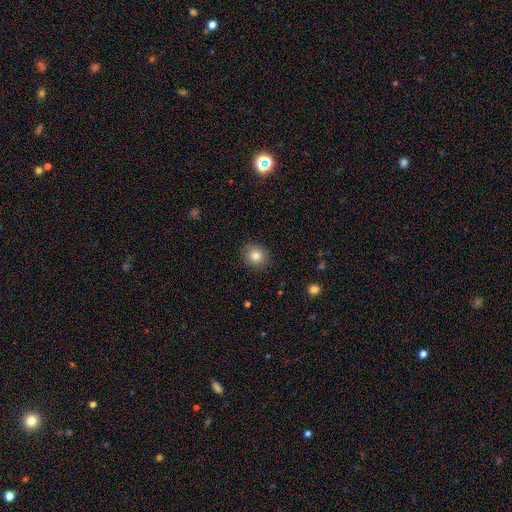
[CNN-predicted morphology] Smooth or featured? Predicted: smooth (p=0.82). How rounded? Predicted: round (p=0.78). Merging? Predicted: none (p=0.88).